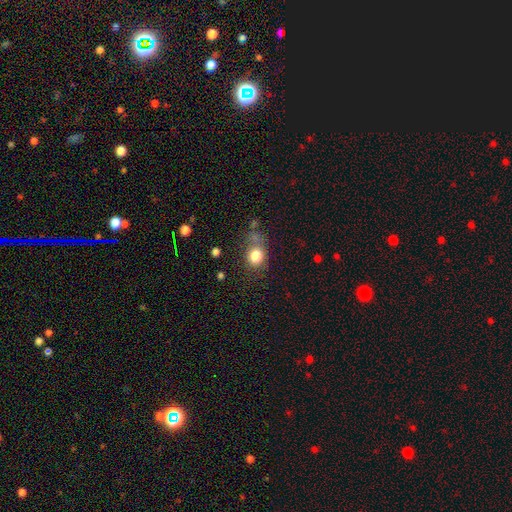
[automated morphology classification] type=smooth (82%); roundness=round (68%); merging=none (58%).